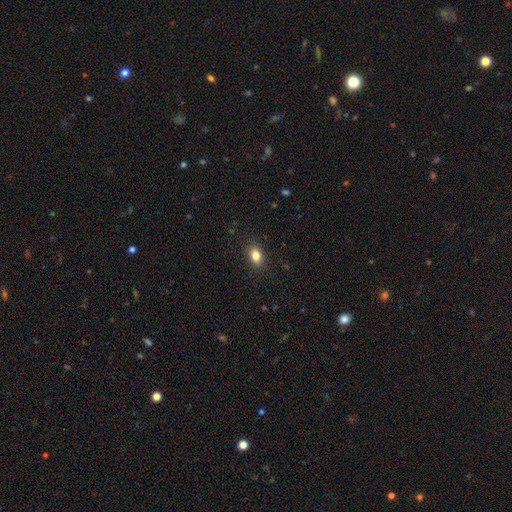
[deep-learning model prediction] Smooth or featured?
  - smooth: 83% *
  - star or artifact: 10%
  - featured or disk: 7%
How rounded?
  - in between: 74% *
  - round: 24%
  - cigar-shaped: 2%
Merging?
  - none: 88% *
  - minor disturbance: 9%
  - major disturbance: 2%
  - merger: 1%